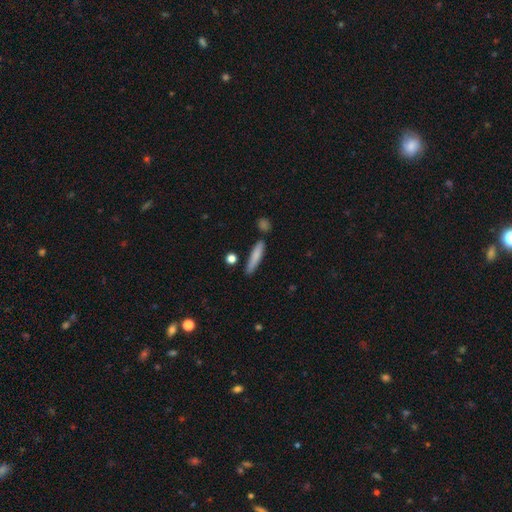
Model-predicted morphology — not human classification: Smooth or featured: smooth — 78% (featured or disk — 15%)
How rounded: cigar-shaped — 88% (in between — 10%)
Merging: none — 79% (minor disturbance — 13%)